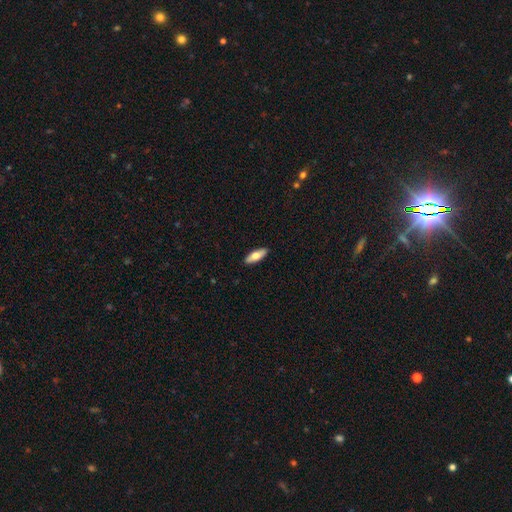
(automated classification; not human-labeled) Smooth or featured: smooth — 68% (featured or disk — 27%)
How rounded: in between — 63% (cigar-shaped — 35%)
Merging: none — 90% (minor disturbance — 7%)